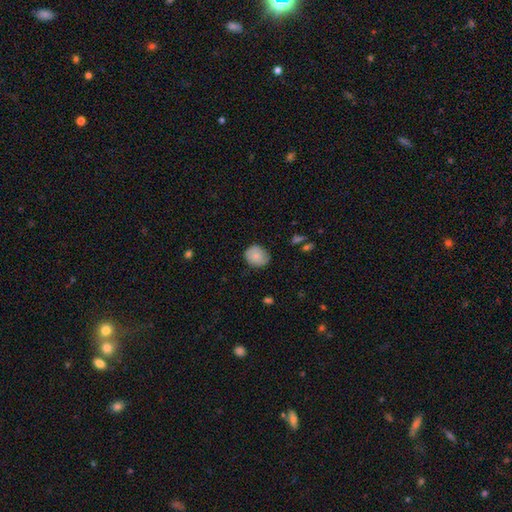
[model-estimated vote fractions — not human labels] Morphology: type=smooth (82%); roundness=round (66%); merging=none (74%).